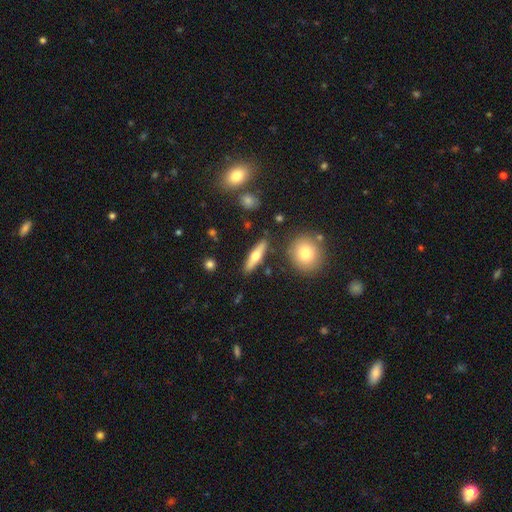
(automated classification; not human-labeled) smooth 47%, featured or disk 46%, star or artifact 6%. Down the decision tree: merging — none (85%).